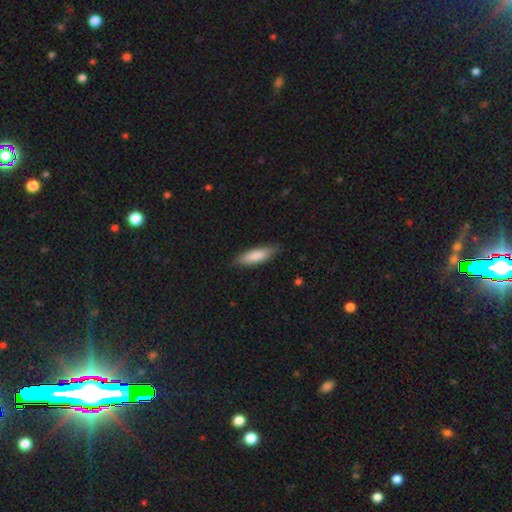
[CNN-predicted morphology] A smooth galaxy with no disk features (83%) that is cigar-shaped (52%). Merging: none (83%).